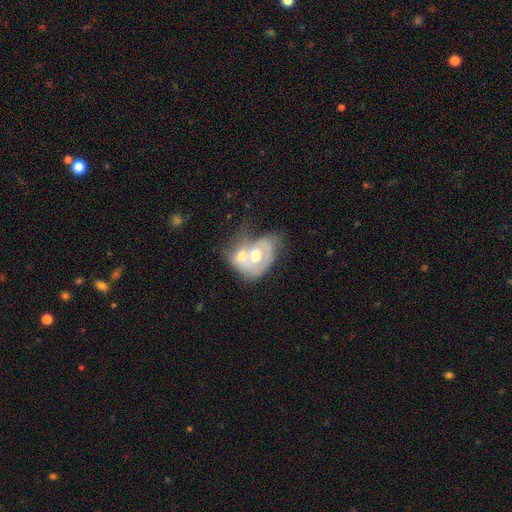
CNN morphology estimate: Smooth or featured?
  - featured or disk: 57% *
  - smooth: 37%
  - star or artifact: 6%
Edge-on disk?
  - no: 96% *
  - yes: 4%
Bar?
  - no: 84% *
  - weak: 13%
  - strong: 3%
Spiral arms?
  - no: 65% *
  - yes: 35%
Bulge size?
  - moderate: 71% *
  - large: 17%
  - small: 7%
  - none: 2%
  - dominant: 2%
Merging?
  - merger: 70% *
  - major disturbance: 11%
  - none: 11%
  - minor disturbance: 8%